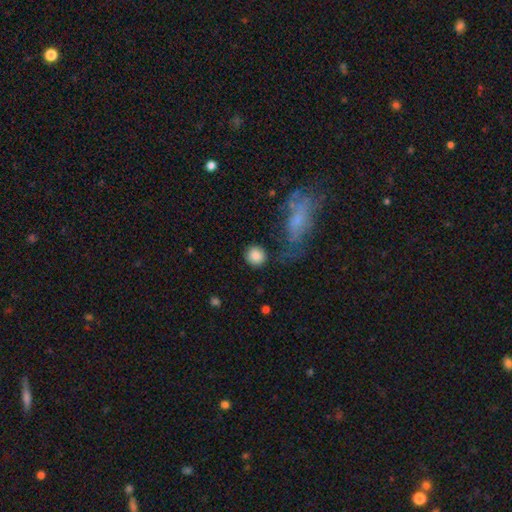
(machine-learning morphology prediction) This appears to be a smooth galaxy with no disk features (86%) that is round (89%). Merging: none (77%).